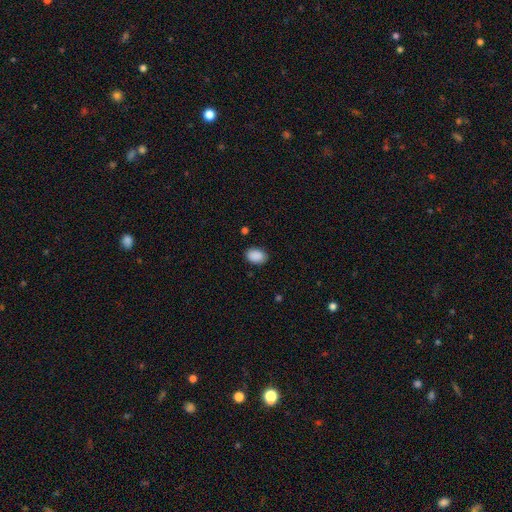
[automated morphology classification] smooth 89%, star or artifact 7%, featured or disk 3%. Down the decision tree: how rounded — in between (83%); merging — none (84%).